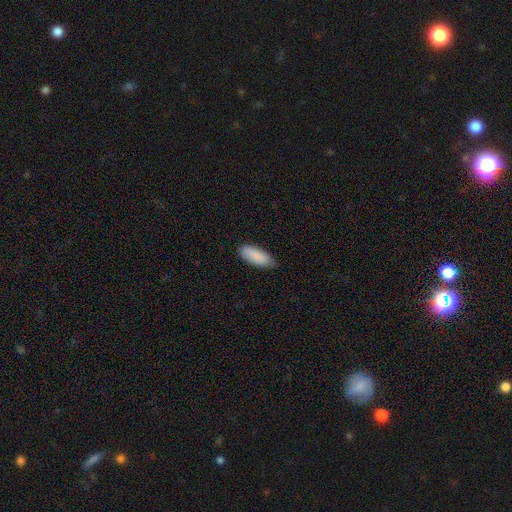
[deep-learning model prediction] Smooth or featured?
  - smooth: 89% *
  - star or artifact: 6%
  - featured or disk: 5%
How rounded?
  - in between: 78% *
  - cigar-shaped: 20%
  - round: 2%
Merging?
  - none: 78% *
  - minor disturbance: 18%
  - major disturbance: 2%
  - merger: 1%